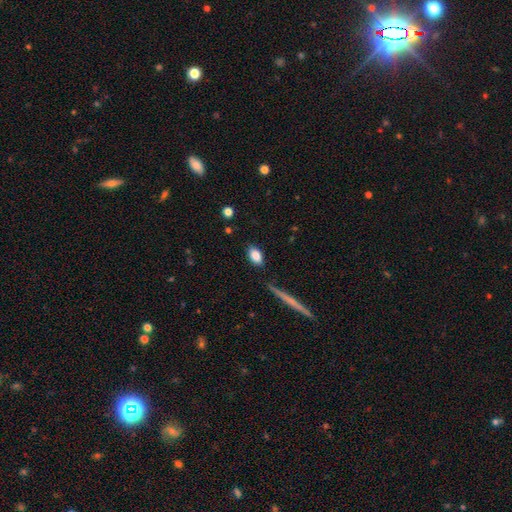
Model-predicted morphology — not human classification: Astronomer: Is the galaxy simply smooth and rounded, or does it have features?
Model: smooth — 84%.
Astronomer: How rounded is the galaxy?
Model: in between — 89%.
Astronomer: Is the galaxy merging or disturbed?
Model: none — 85%.